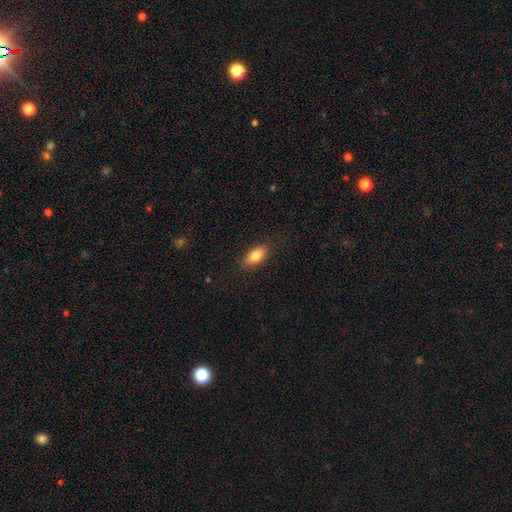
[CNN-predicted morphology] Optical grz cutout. It shows a smooth galaxy with no disk features (80%) that is in between round and cigar-shaped (85%). Merging: none (85%).